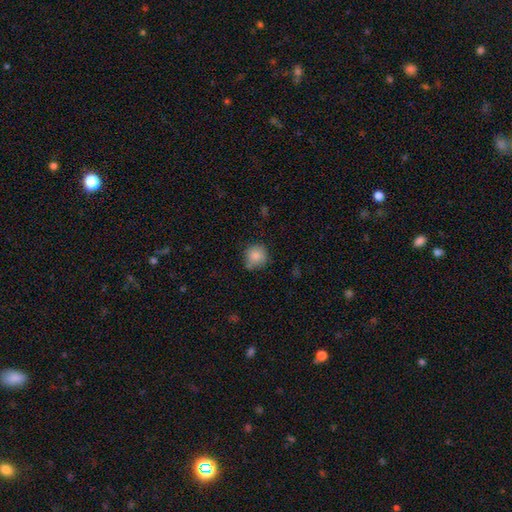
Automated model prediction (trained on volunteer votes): This is clearly a smooth galaxy (85%). How rounded: clearly round (91%). Merging: likely none (74%).